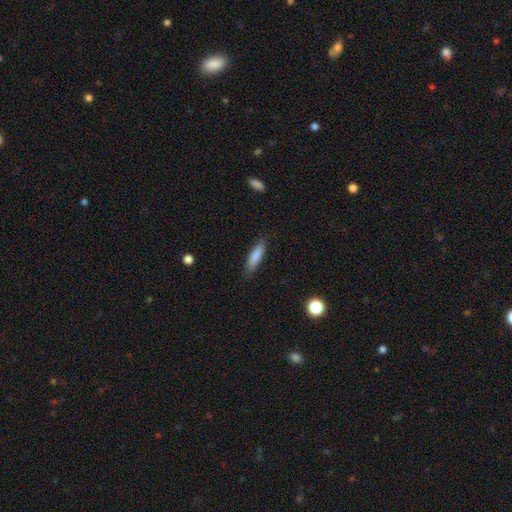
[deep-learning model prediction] smooth 84%, featured or disk 10%, star or artifact 6%. Down the decision tree: how rounded — cigar-shaped (66%); merging — none (85%).